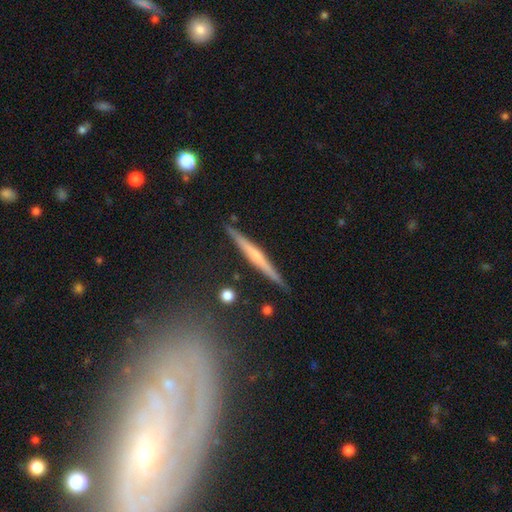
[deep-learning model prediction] Smooth or featured? Predicted: featured or disk (p=0.58). Edge-on disk? Predicted: yes (p=0.97). Edge-on bulge? Predicted: none (p=0.63). Merging? Predicted: none (p=0.88).